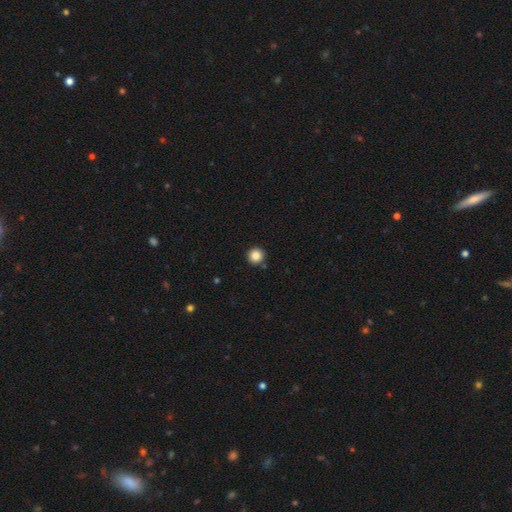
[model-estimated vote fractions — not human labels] Smooth or featured? Predicted: smooth (p=0.86). How rounded? Predicted: round (p=0.96). Merging? Predicted: none (p=0.90).